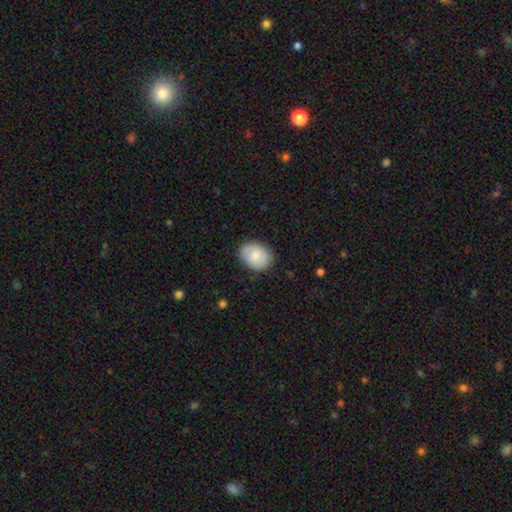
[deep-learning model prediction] Smooth or featured? Predicted: smooth (p=0.77). How rounded? Predicted: in between (p=0.63). Merging? Predicted: none (p=0.83).